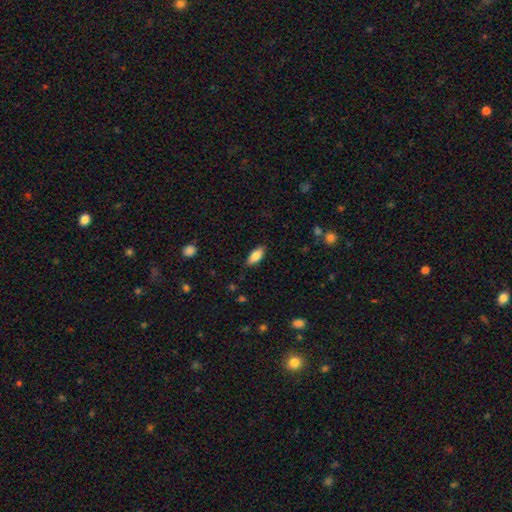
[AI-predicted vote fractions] Smooth or featured? smooth (81%)
How rounded? in between (83%)
Merging? none (86%)